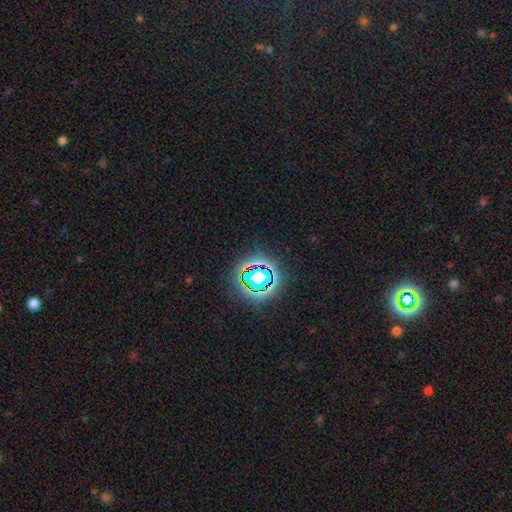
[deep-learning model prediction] Smooth or featured: star or artifact — 78% (smooth — 13%)